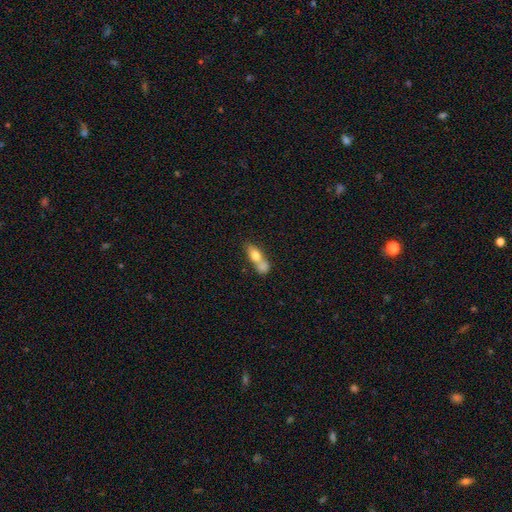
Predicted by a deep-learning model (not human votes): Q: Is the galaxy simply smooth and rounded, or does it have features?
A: smooth — 69%.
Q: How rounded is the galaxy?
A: in between — 66%.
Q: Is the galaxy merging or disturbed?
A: merger — 61%.